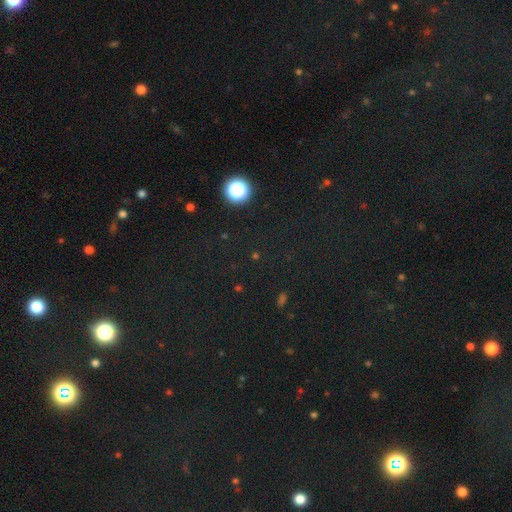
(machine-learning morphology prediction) smooth-or-featured: star or artifact: 66% | smooth: 26% | featured or disk: 8%